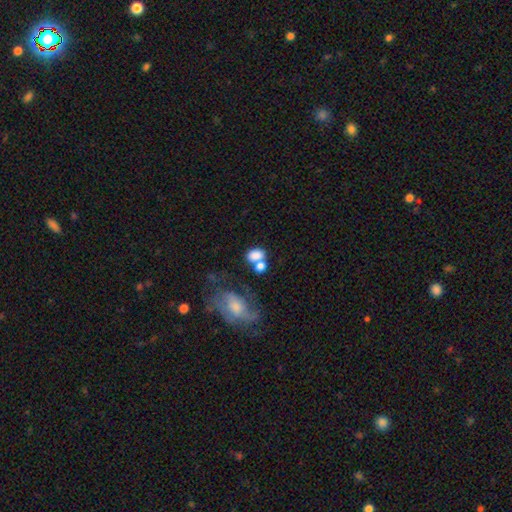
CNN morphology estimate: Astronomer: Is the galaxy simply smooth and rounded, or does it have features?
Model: smooth — 77%.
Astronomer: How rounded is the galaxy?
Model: in between — 72%.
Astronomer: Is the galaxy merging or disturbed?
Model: merger — 43% (runner-up: none, 33%).